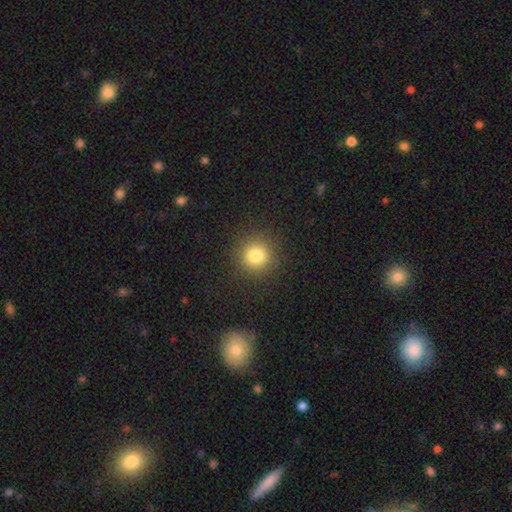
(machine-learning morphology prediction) type=smooth (80%); roundness=round (93%); merging=none (90%).